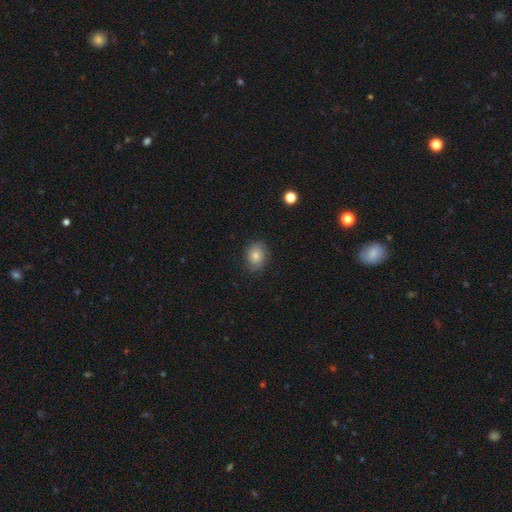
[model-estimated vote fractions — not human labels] Smooth or featured?
  - smooth: 55% *
  - featured or disk: 33%
  - star or artifact: 12%
How rounded?
  - round: 51% *
  - in between: 48%
  - cigar-shaped: 1%
Merging?
  - none: 79% *
  - minor disturbance: 15%
  - major disturbance: 4%
  - merger: 1%